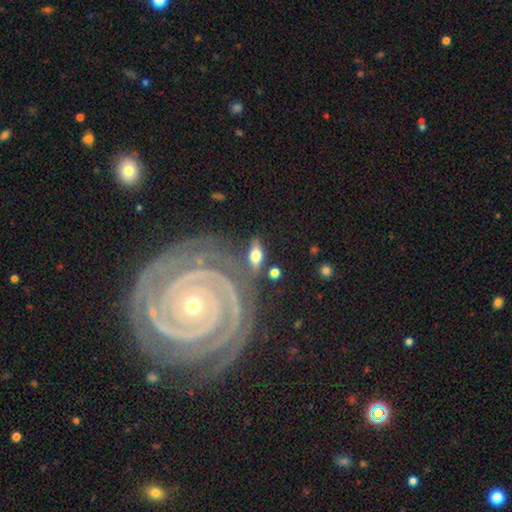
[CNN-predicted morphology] The model was most divided on "smooth or featured": featured or disk: 48%, smooth: 44%, star or artifact: 8%. More confident: merging — none (65%).